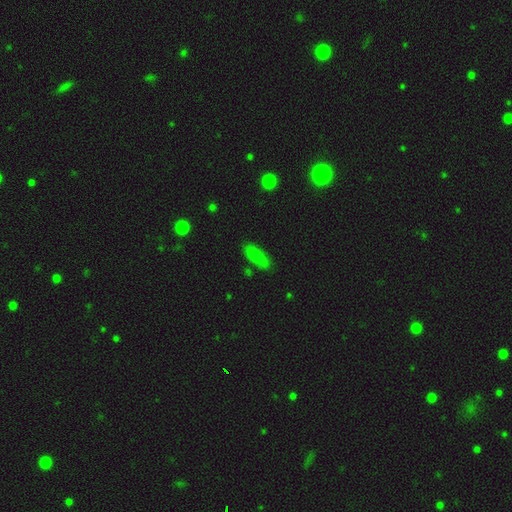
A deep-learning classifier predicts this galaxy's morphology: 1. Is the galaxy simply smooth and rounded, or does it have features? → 82% smooth, 10% star or artifact, 8% featured or disk.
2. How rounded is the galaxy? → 63% in between, 35% cigar-shaped, 3% round.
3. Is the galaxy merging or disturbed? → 77% none, 16% minor disturbance, 4% major disturbance, 3% merger.